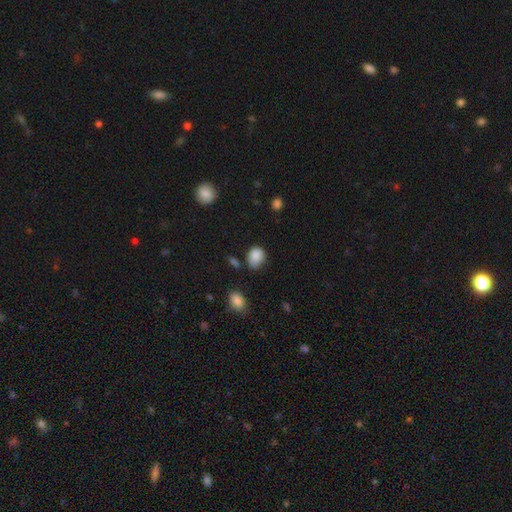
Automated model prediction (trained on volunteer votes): This is clearly a smooth galaxy (86%). How rounded: possibly in between (56%). Merging: likely none (62%).